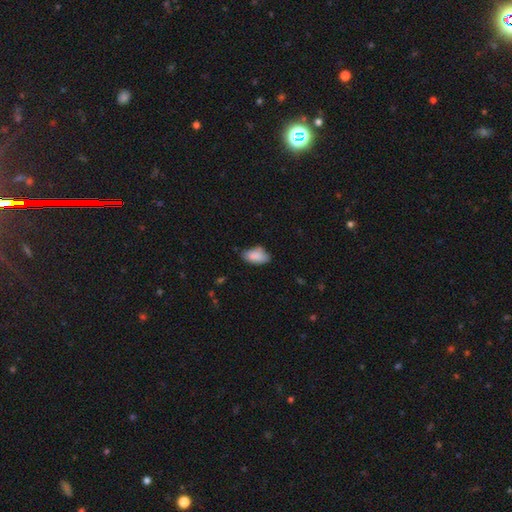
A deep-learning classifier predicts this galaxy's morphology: A smooth galaxy with no disk features (87%) that is in between round and cigar-shaped (93%).

Vote fractions:
- Smooth or featured? smooth: 87% / star or artifact: 7% / featured or disk: 6%
- How rounded? in between: 93% / round: 4% / cigar-shaped: 3%
- Merging? none: 68% / minor disturbance: 26% / major disturbance: 4% / merger: 2%